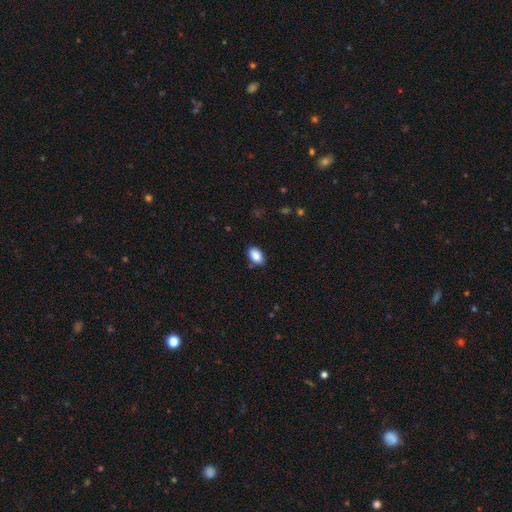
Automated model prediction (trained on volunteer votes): Q: Smooth or featured?
A: smooth (89%); runner-up: star or artifact (7%)
Q: How rounded?
A: in between (89%); runner-up: round (10%)
Q: Merging?
A: none (83%); runner-up: minor disturbance (12%)